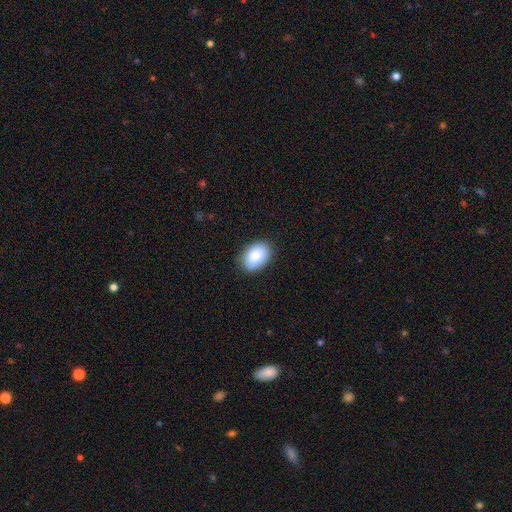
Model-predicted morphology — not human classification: This is clearly a smooth galaxy (84%). How rounded: clearly in between (87%). Merging: clearly none (85%).